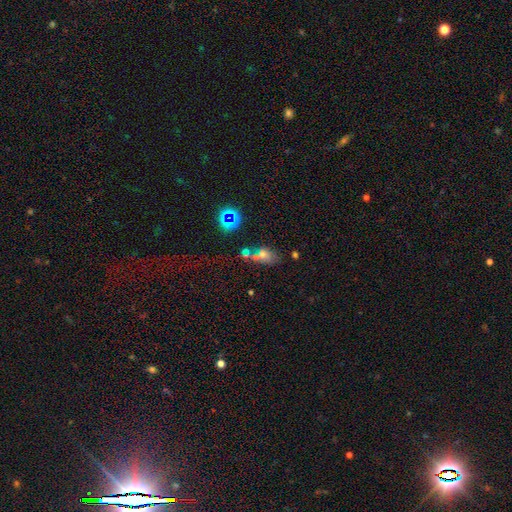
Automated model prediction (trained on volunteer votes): Morphology: type=smooth (50%); roundness=in between (63%); merging=none (55%).